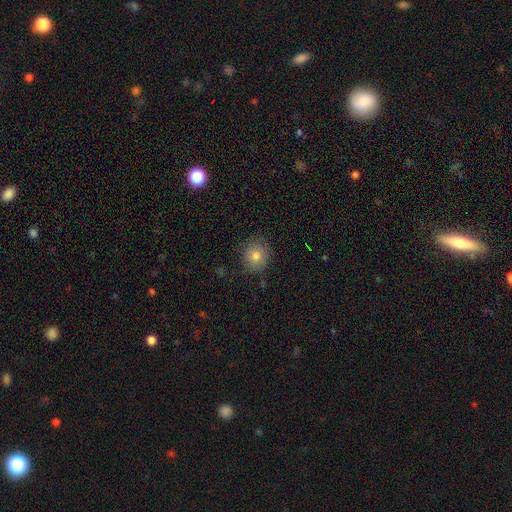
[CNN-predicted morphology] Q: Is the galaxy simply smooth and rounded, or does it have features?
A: smooth — 77%.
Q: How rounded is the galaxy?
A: round — 82%.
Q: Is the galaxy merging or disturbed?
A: none — 83%.